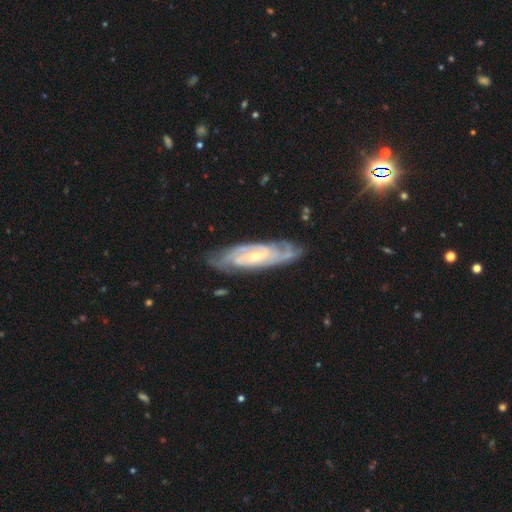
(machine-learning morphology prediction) A featured or disk galaxy (87%) with a weak bar (42%), 2 (32%) tight (64%) spiral arms (97%) and a small central bulge (67%).

Vote fractions:
- Smooth or featured? featured or disk: 87% / smooth: 7% / star or artifact: 5%
- Edge-on disk? no: 87% / yes: 13%
- Bar? weak: 42% / no: 41% / strong: 17%
- Spiral arms? yes: 97% / no: 3%
- Spiral winding? tight: 64% / medium: 30% / loose: 6%
- Spiral arm count? 2: 32% / can't tell: 28% / 3: 20% / 4: 11% / more than 4: 5% / 1: 4%
- Bulge size? small: 67% / moderate: 28% / none: 2% / large: 1% / dominant: 1%
- Merging? none: 77% / minor disturbance: 17% / major disturbance: 5% / merger: 2%